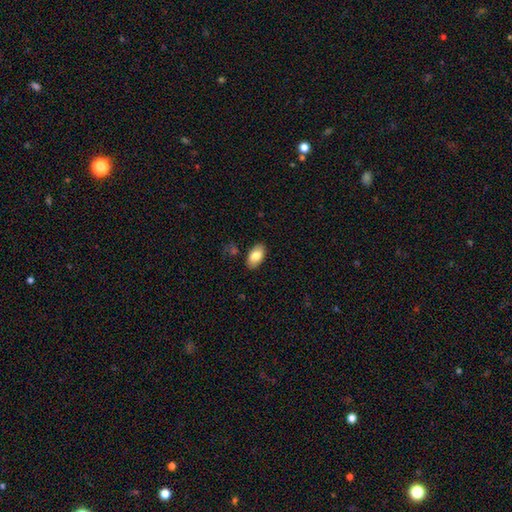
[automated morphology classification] Smooth or featured?
  - smooth: 82% *
  - featured or disk: 11%
  - star or artifact: 7%
How rounded?
  - in between: 94% *
  - round: 4%
  - cigar-shaped: 2%
Merging?
  - none: 86% *
  - minor disturbance: 10%
  - major disturbance: 2%
  - merger: 2%